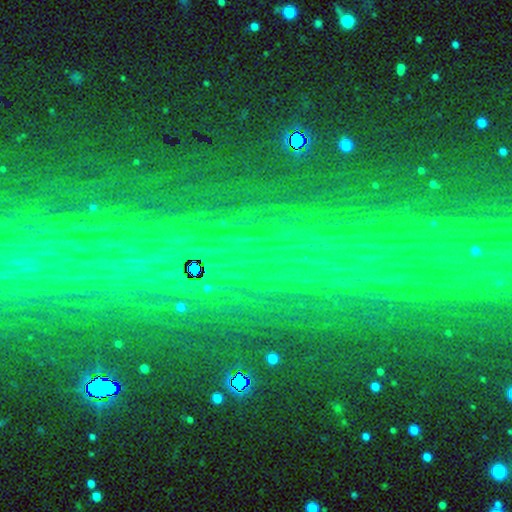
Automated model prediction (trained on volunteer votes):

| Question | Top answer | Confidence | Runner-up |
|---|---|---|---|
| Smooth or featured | star or artifact | 84% | featured or disk (8%) |